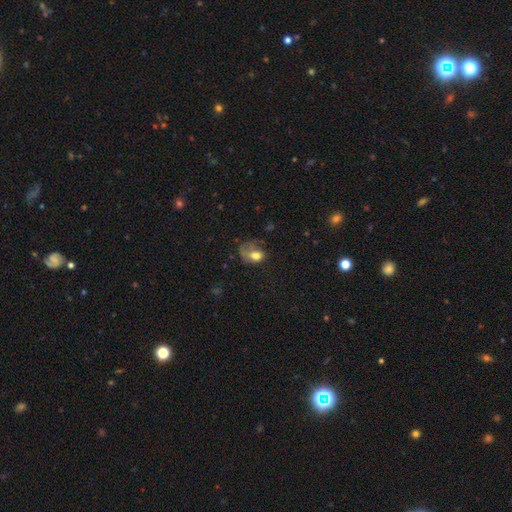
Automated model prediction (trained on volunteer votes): The model was most divided on "merging": major disturbance: 47%, none: 24%, minor disturbance: 23%, merger: 6%. More confident: smooth or featured — smooth (64%); how rounded — in between (64%).